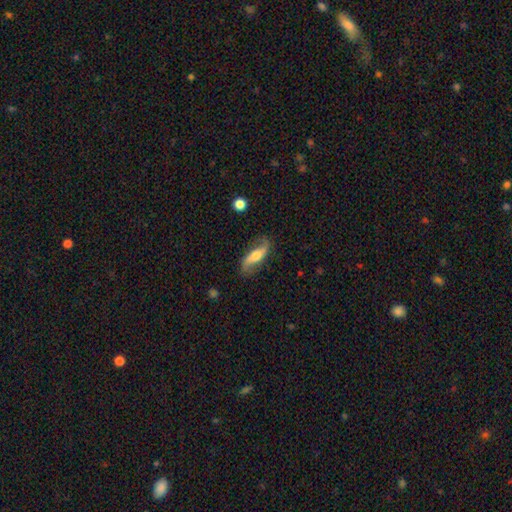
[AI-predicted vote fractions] A featured or disk galaxy (70%) with no bar (44%), 2 (90%) loose (83%) spiral arms (91%) and a moderate central bulge (56%). Merging: none (73%).